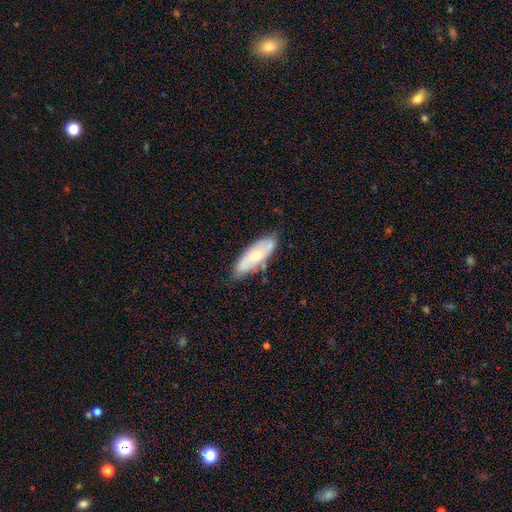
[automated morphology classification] Overall: featured or disk (53%; smooth 41%). Edge-on disk: no (77%). Merging: none (76%).